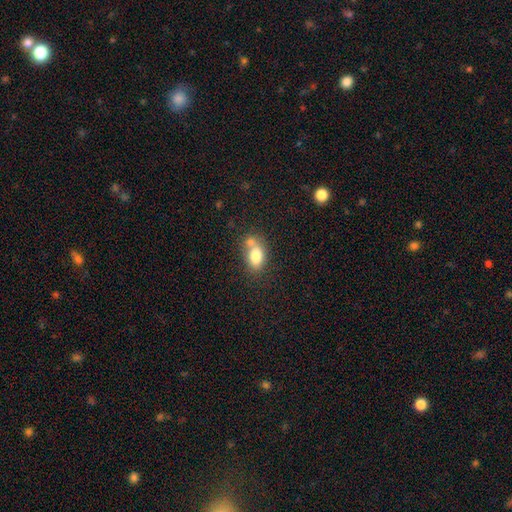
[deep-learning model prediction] Overall: smooth (78%). How rounded: in between (81%). Merging: merger (43%; none 37%).